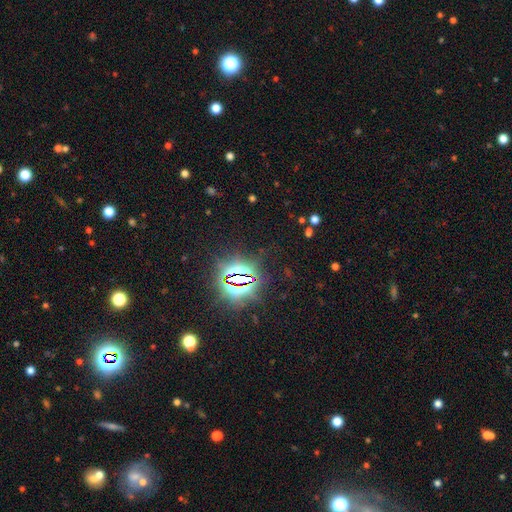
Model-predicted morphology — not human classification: smooth_or_featured: star or artifact (p=0.84) [alt: smooth p=0.09]